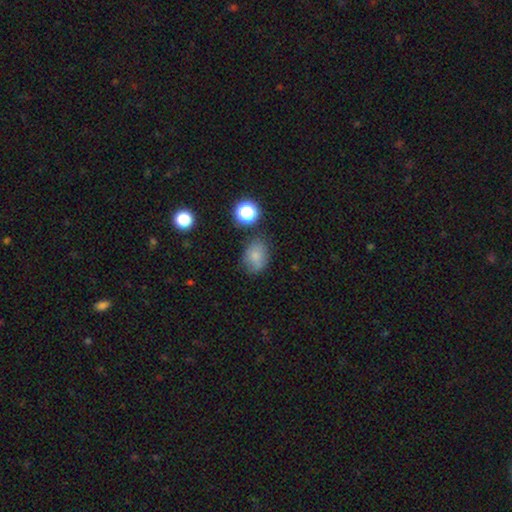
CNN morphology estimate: Overall: smooth (77%). How rounded: in between (65%; round 34%). Merging: none (70%).